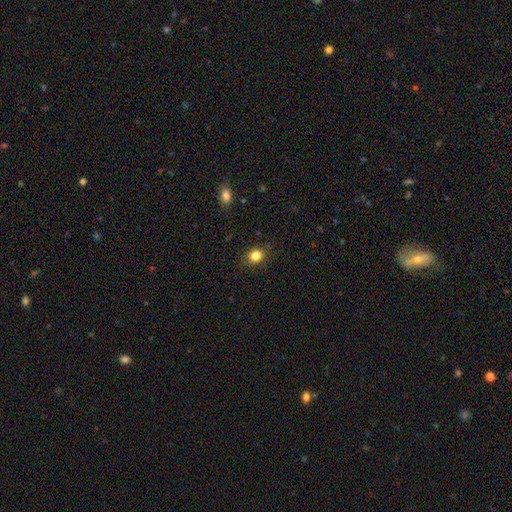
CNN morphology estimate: A smooth galaxy with no disk features (83%) that is round (64%). Merging: none (86%).